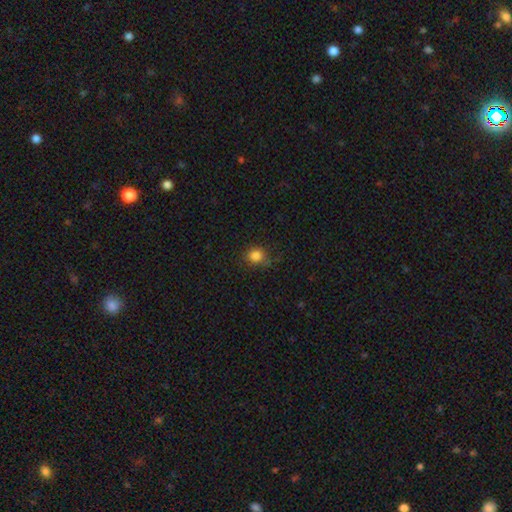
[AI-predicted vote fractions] Q: Smooth or featured?
A: smooth (83%); runner-up: star or artifact (12%)
Q: How rounded?
A: round (80%); runner-up: in between (19%)
Q: Merging?
A: none (77%); runner-up: minor disturbance (17%)